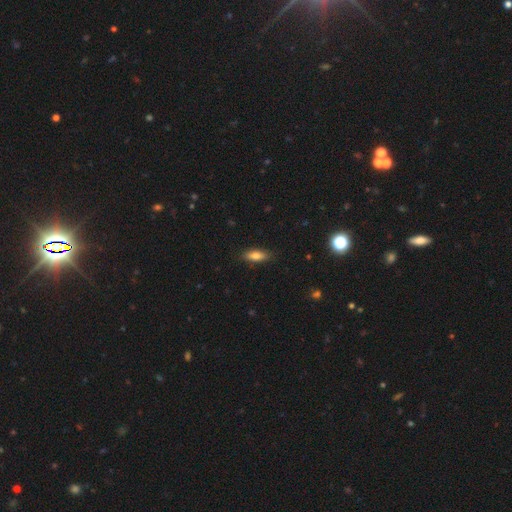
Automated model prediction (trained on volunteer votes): smooth 78%, featured or disk 15%, star or artifact 8%. Down the decision tree: how rounded — in between (66%); merging — none (86%).